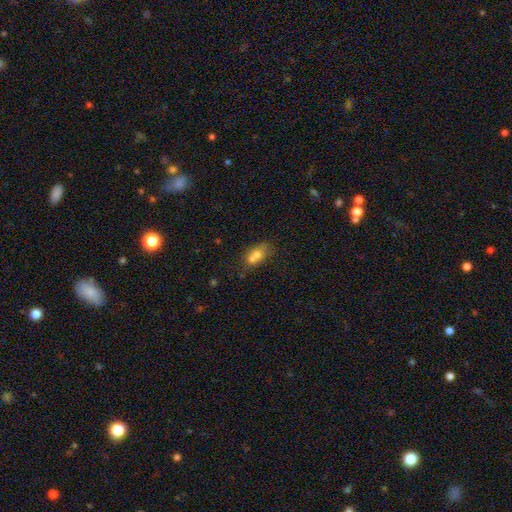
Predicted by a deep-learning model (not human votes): Smooth or featured? Predicted: smooth (p=0.65). How rounded? Predicted: in between (p=0.72). Merging? Predicted: merger (p=0.51).